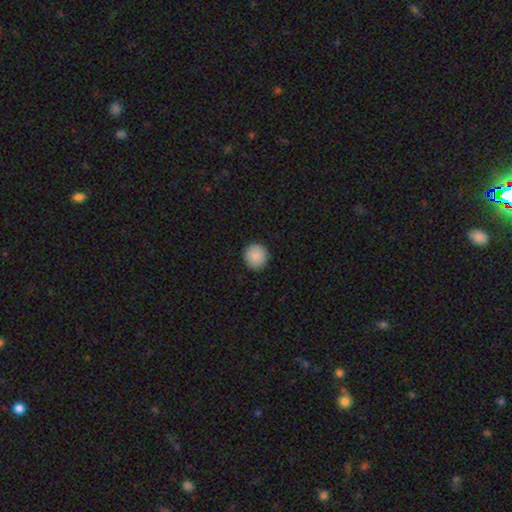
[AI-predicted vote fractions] Morphology: type=smooth (89%); roundness=round (94%); merging=none (92%).